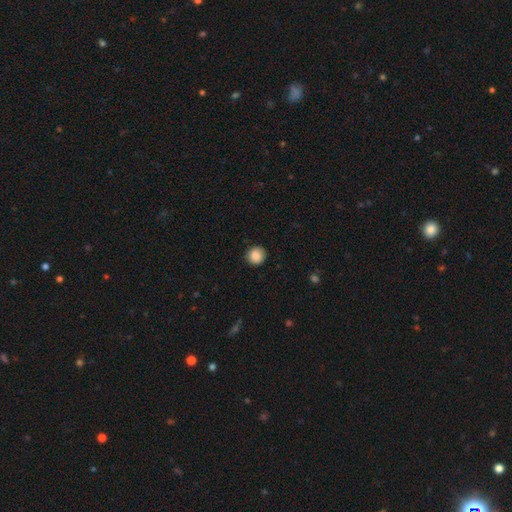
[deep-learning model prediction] Smooth or featured: smooth — 88% (star or artifact — 8%)
How rounded: round — 92% (in between — 7%)
Merging: none — 89% (minor disturbance — 8%)